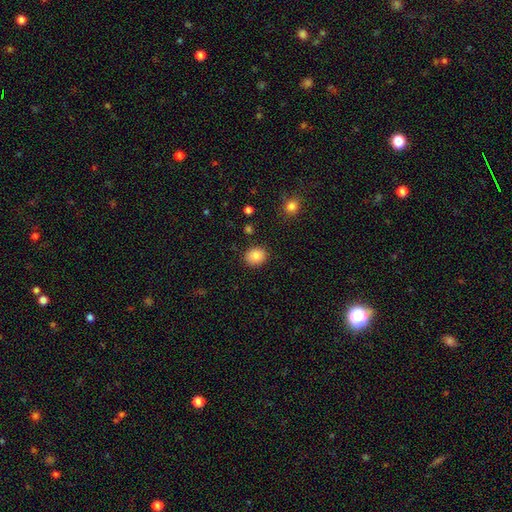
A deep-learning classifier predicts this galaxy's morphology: Q: Smooth or featured?
A: smooth (86%); runner-up: star or artifact (9%)
Q: How rounded?
A: round (61%); runner-up: in between (38%)
Q: Merging?
A: none (87%); runner-up: minor disturbance (9%)